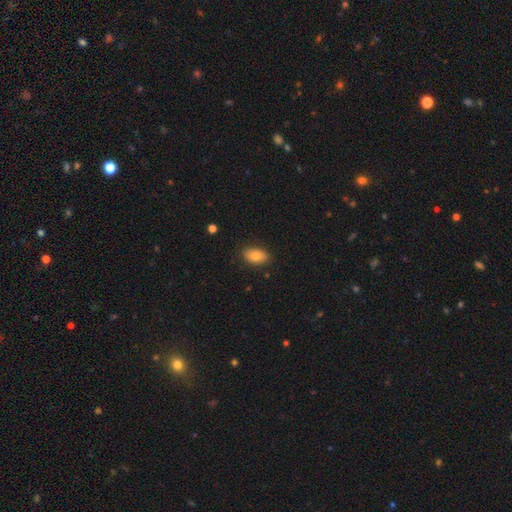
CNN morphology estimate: Smooth or featured?
  - smooth: 82% *
  - featured or disk: 10%
  - star or artifact: 8%
How rounded?
  - in between: 91% *
  - round: 7%
  - cigar-shaped: 2%
Merging?
  - none: 86% *
  - minor disturbance: 11%
  - major disturbance: 2%
  - merger: 1%